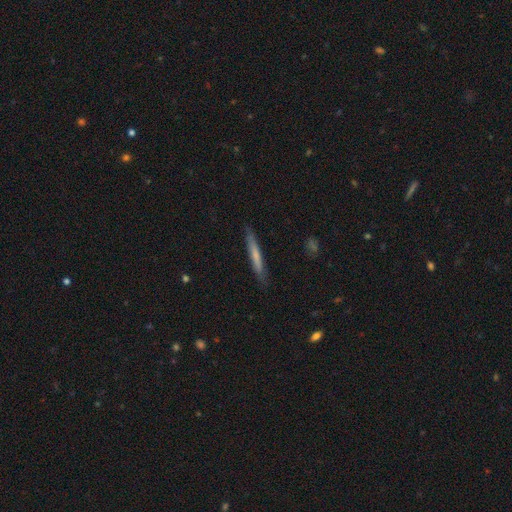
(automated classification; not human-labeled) This appears to be a smooth galaxy with no disk features (61%) that is cigar-shaped (95%). Merging: none (86%).